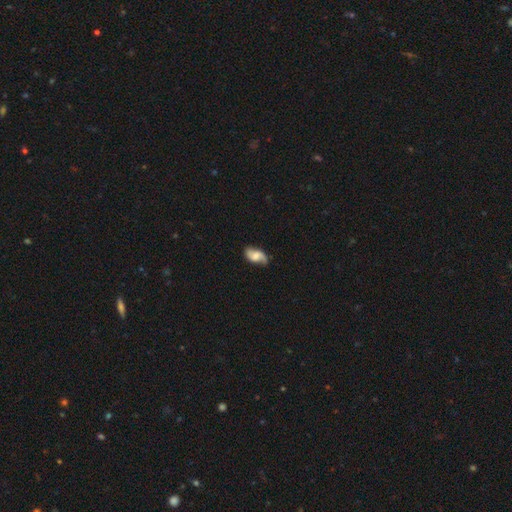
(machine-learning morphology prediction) A featured or disk galaxy (63%) with no bar (52%), 2 (88%) loose (57%) spiral arms (93%) and a moderate central bulge (36%).

Vote fractions:
- Smooth or featured? featured or disk: 63% / smooth: 30% / star or artifact: 7%
- Edge-on disk? no: 96% / yes: 4%
- Bar? no: 52% / weak: 39% / strong: 9%
- Spiral arms? yes: 93% / no: 7%
- Spiral winding? loose: 57% / medium: 32% / tight: 12%
- Spiral arm count? 2: 88% / 1: 5% / can't tell: 4% / 3: 1% / 4: 1% / more than 4: 1%
- Bulge size? moderate: 36% / small: 26% / none: 19% / large: 16% / dominant: 3%
- Merging? none: 73% / minor disturbance: 20% / major disturbance: 6% / merger: 2%